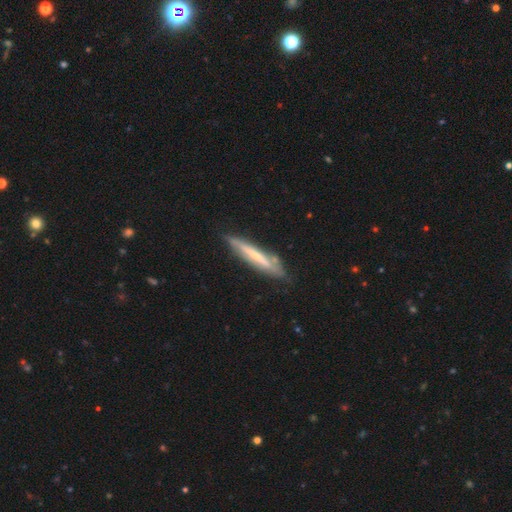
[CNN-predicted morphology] Smooth or featured? Predicted: featured or disk (p=0.49). Merging? Predicted: none (p=0.81).